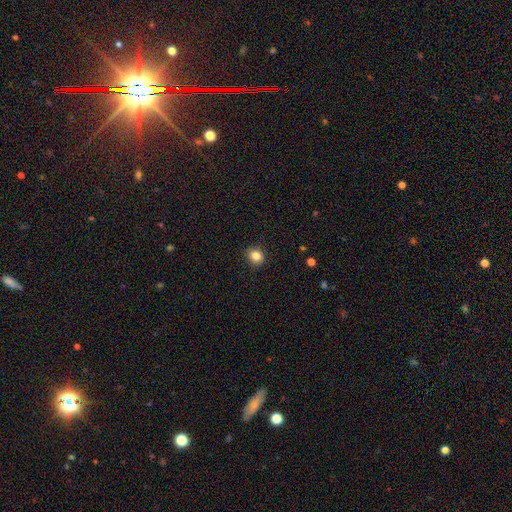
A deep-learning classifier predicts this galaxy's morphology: A smooth galaxy with no disk features (84%) that is round (69%).

Vote fractions:
- Smooth or featured? smooth: 84% / star or artifact: 11% / featured or disk: 5%
- How rounded? round: 69% / in between: 30% / cigar-shaped: 1%
- Merging? none: 88% / minor disturbance: 9% / major disturbance: 2% / merger: 1%